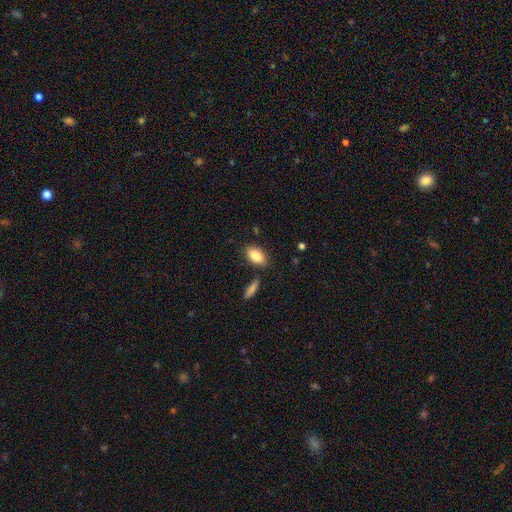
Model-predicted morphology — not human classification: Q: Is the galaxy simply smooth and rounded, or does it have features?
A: smooth — 87%.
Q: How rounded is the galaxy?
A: in between — 91%.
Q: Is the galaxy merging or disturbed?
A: none — 79%.